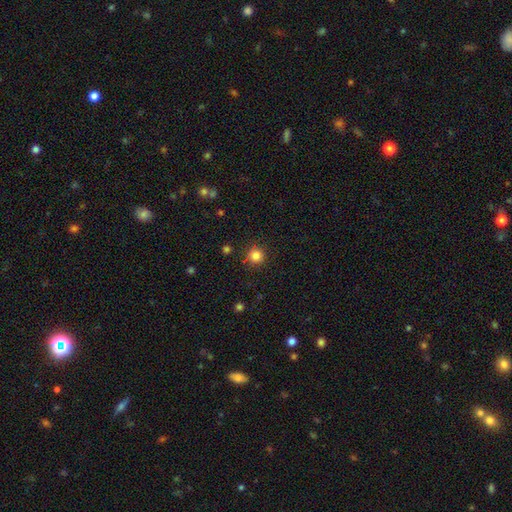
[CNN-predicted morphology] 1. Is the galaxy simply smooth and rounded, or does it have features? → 84% smooth, 12% star or artifact, 4% featured or disk.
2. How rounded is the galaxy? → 95% round, 4% in between, 1% cigar-shaped.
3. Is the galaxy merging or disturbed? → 90% none, 6% minor disturbance, 2% major disturbance, 2% merger.